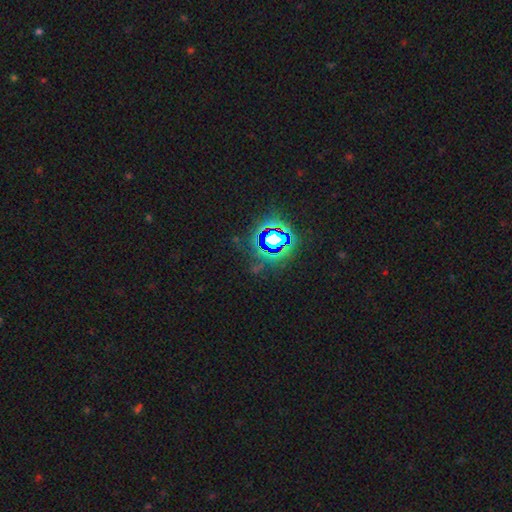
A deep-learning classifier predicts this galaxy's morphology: Overall: star or artifact (78%).